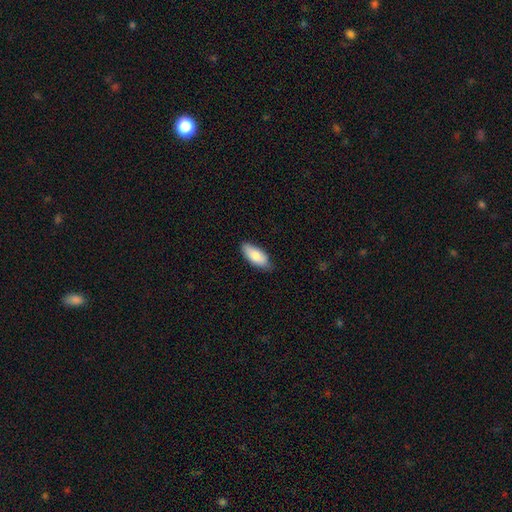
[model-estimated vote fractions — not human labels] This is clearly a smooth galaxy (82%). How rounded: clearly in between (85%). Merging: likely none (78%).